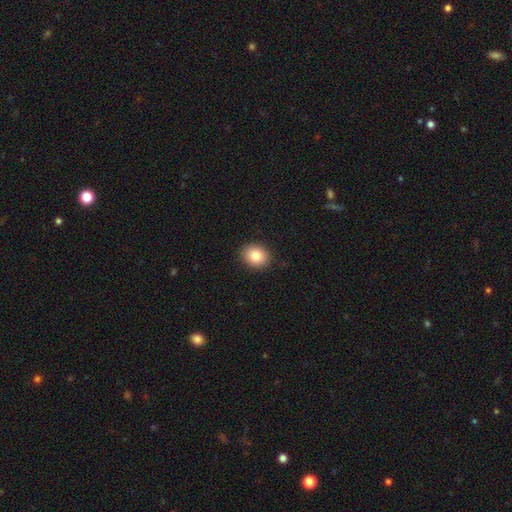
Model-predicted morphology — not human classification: Smooth or featured?
  - smooth: 83% *
  - star or artifact: 9%
  - featured or disk: 8%
How rounded?
  - round: 62% *
  - in between: 37%
  - cigar-shaped: 1%
Merging?
  - none: 90% *
  - minor disturbance: 7%
  - major disturbance: 2%
  - merger: 1%